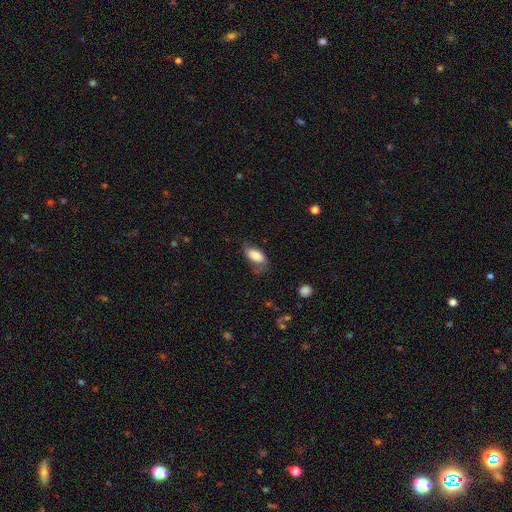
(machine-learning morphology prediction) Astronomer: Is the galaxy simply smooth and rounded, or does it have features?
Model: smooth — 79%.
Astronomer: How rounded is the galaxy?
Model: in between — 90%.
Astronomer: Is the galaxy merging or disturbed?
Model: none — 52% (runner-up: minor disturbance, 30%).